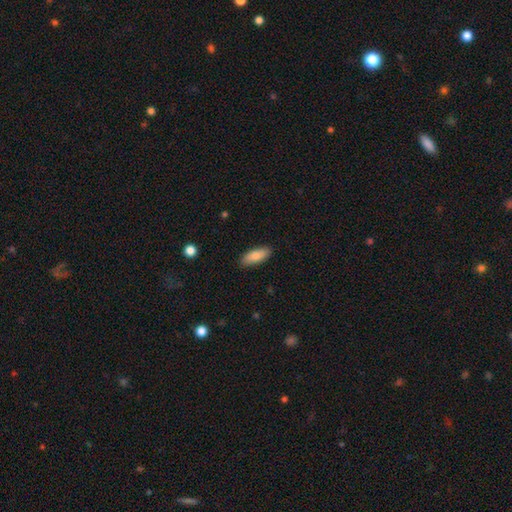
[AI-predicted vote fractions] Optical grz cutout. It shows a smooth galaxy with no disk features (82%) that is in between round and cigar-shaped (73%). Merging: none (87%).